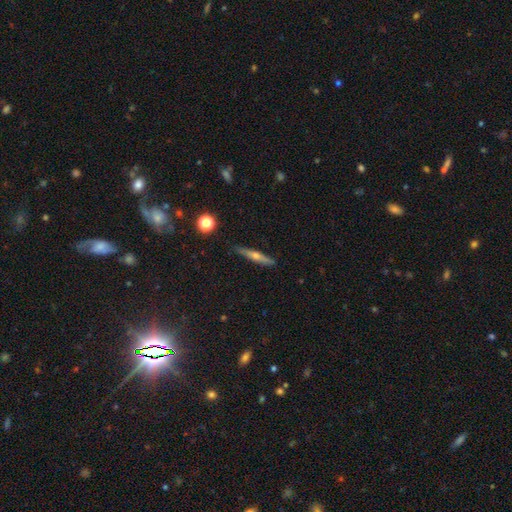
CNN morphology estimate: Q: Smooth or featured?
A: featured or disk (63%); runner-up: smooth (27%)
Q: Edge-on disk?
A: yes (96%); runner-up: no (4%)
Q: Edge-on bulge?
A: rounded (86%); runner-up: none (10%)
Q: Merging?
A: none (89%); runner-up: minor disturbance (8%)